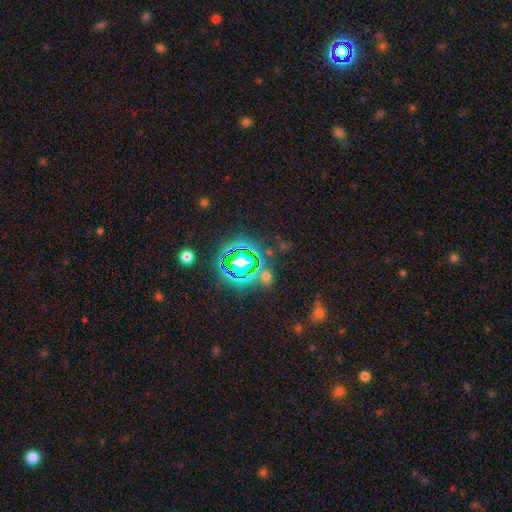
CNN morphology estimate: smooth-or-featured: star or artifact: 81% | smooth: 12% | featured or disk: 7%